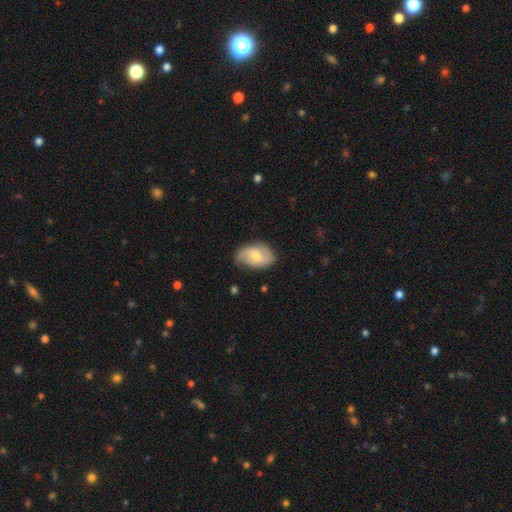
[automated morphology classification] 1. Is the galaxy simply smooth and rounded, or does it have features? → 49% featured or disk, 44% smooth, 6% star or artifact.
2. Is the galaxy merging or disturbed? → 69% none, 24% minor disturbance, 6% major disturbance, 1% merger.